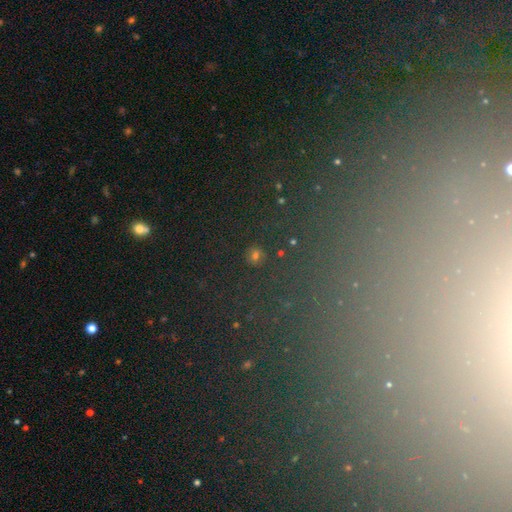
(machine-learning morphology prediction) Overall: smooth (53%; star or artifact 38%). How rounded: round (86%). Merging: none (87%).